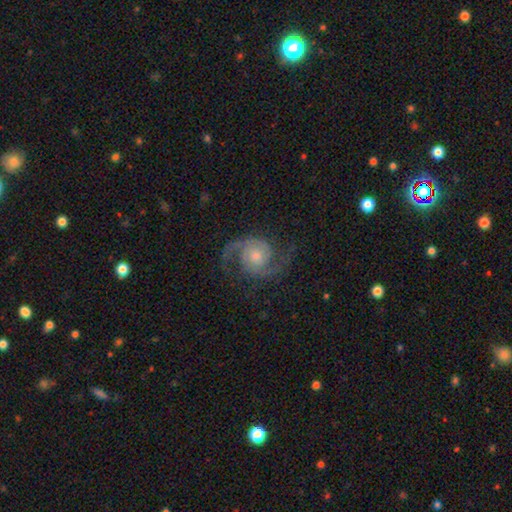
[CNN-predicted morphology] Smooth or featured?
  - featured or disk: 90% *
  - star or artifact: 5%
  - smooth: 5%
Edge-on disk?
  - no: 98% *
  - yes: 2%
Bar?
  - no: 73% *
  - weak: 22%
  - strong: 5%
Spiral arms?
  - yes: 98% *
  - no: 2%
Spiral winding?
  - medium: 57% *
  - loose: 24%
  - tight: 19%
Spiral arm count?
  - 2: 93% *
  - can't tell: 2%
  - 3: 2%
  - 1: 1%
  - 4: 1%
  - more than 4: 1%
Bulge size?
  - moderate: 52% *
  - small: 38%
  - large: 6%
  - none: 3%
  - dominant: 1%
Merging?
  - none: 78% *
  - minor disturbance: 14%
  - major disturbance: 7%
  - merger: 1%